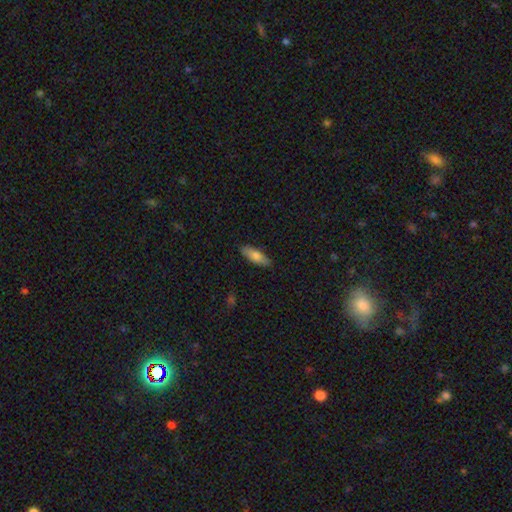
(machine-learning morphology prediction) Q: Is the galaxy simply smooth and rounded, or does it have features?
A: smooth — 77%.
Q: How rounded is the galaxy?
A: in between — 62%.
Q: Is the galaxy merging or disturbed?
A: none — 87%.